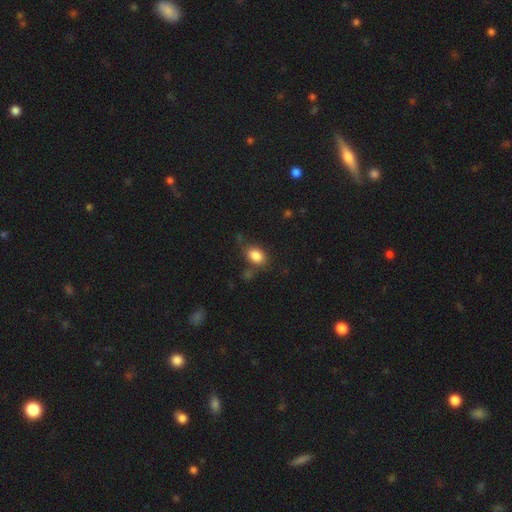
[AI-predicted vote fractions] Morphology: type=smooth (84%); roundness=in between (82%); merging=none (64%).